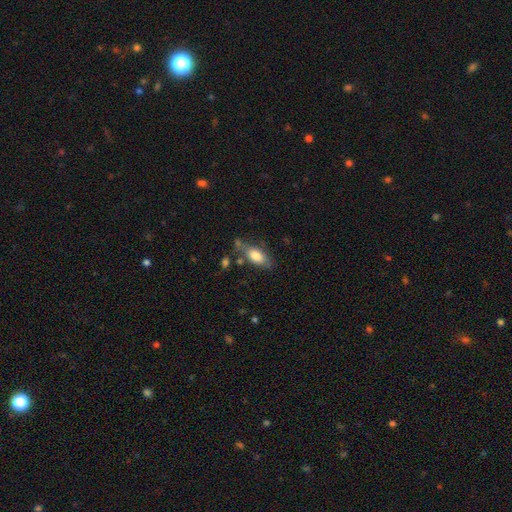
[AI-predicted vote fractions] Smooth or featured: smooth — 76% (featured or disk — 18%)
How rounded: in between — 85% (cigar-shaped — 11%)
Merging: none — 59% (minor disturbance — 24%)